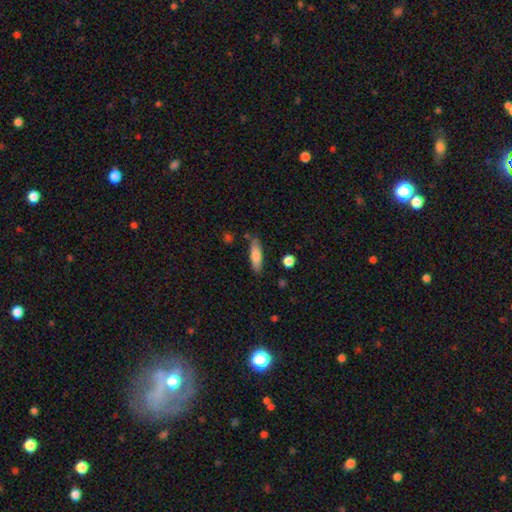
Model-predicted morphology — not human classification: This appears to be a smooth galaxy with no disk features (80%) that is cigar-shaped (58%). Merging: none (79%).